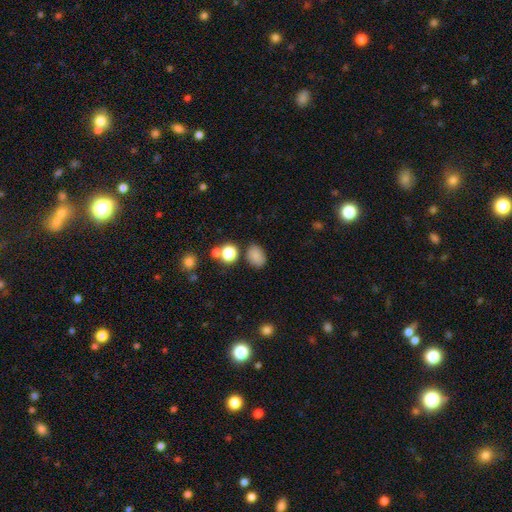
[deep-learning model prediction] This appears to be a smooth galaxy with no disk features (80%) that is in between round and cigar-shaped (65%). Merging: none (76%).